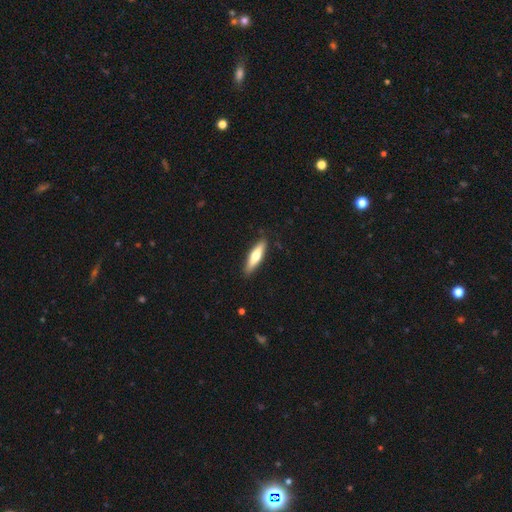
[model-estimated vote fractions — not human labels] smooth-or-featured: smooth: 62% | featured or disk: 33% | star or artifact: 5%
  how-rounded: cigar-shaped: 70% | in between: 28% | round: 2%
  merging: none: 88% | minor disturbance: 9% | major disturbance: 2% | merger: 1%